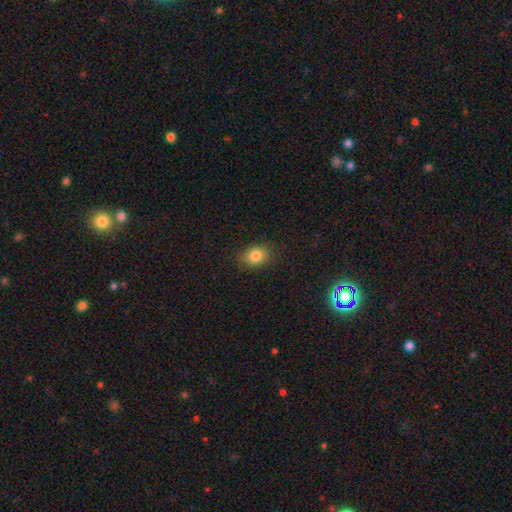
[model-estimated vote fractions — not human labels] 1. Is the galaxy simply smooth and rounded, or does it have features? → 83% smooth, 11% star or artifact, 7% featured or disk.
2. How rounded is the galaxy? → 56% in between, 43% round, 1% cigar-shaped.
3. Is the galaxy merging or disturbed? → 86% none, 10% minor disturbance, 3% major disturbance, 1% merger.